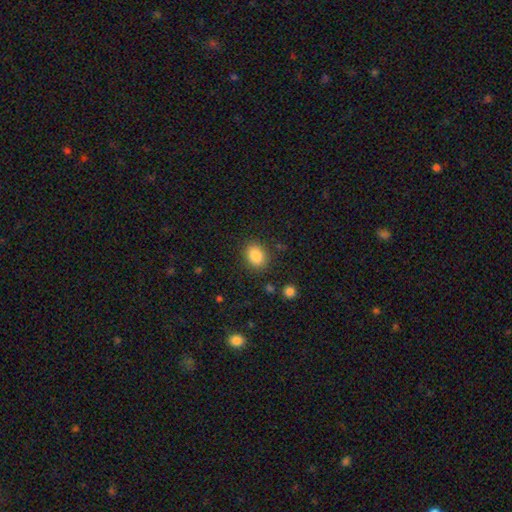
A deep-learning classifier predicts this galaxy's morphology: Smooth or featured? smooth (85%)
How rounded? in between (67%)
Merging? none (84%)